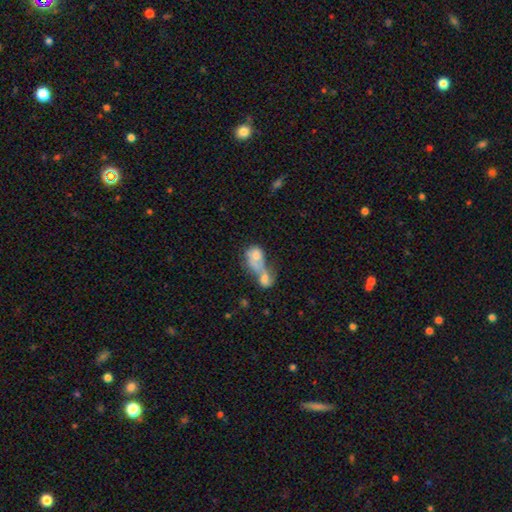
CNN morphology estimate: A smooth galaxy with no disk features (63%) that is in between round and cigar-shaped (60%). Merging: merger (76%).